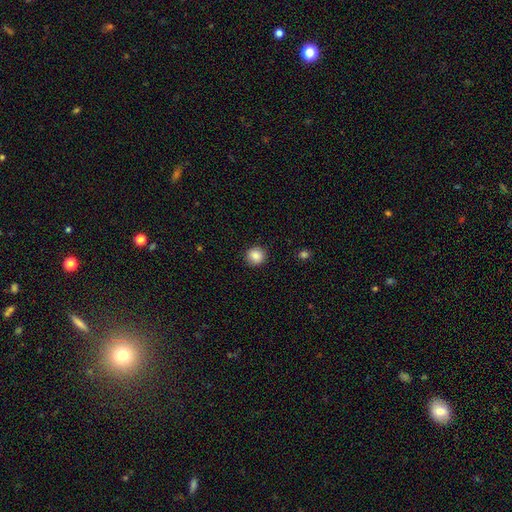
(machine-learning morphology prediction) Smooth or featured? smooth (86%)
How rounded? round (92%)
Merging? none (91%)